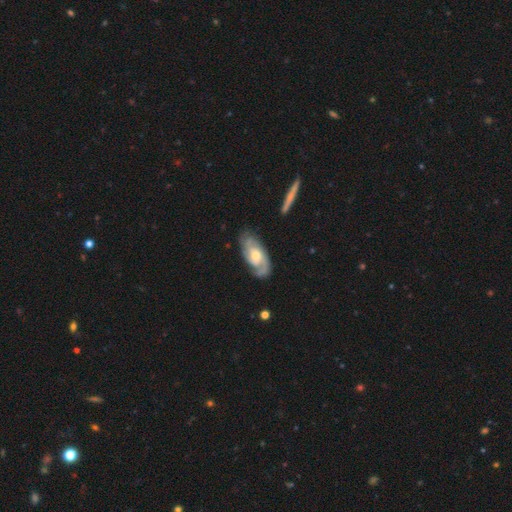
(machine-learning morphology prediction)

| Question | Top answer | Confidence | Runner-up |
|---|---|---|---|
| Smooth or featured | featured or disk | 84% | smooth (12%) |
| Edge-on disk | no | 94% | yes (6%) |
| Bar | no | 66% | weak (28%) |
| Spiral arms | yes | 95% | no (5%) |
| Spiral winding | tight | 52% | medium (38%) |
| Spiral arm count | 2 | 57% | can't tell (19%) |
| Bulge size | moderate | 65% | small (26%) |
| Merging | none | 71% | minor disturbance (20%) |